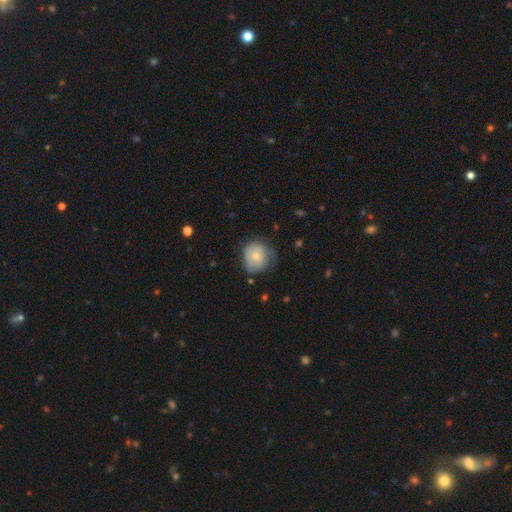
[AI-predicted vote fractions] This appears to be a smooth galaxy with no disk features (71%) that is round (83%). Merging: none (61%).